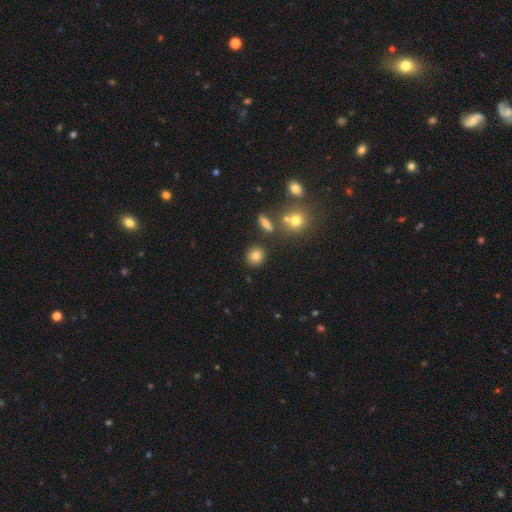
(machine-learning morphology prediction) smooth-or-featured: smooth: 79% | star or artifact: 12% | featured or disk: 8%
  how-rounded: round: 85% | in between: 13% | cigar-shaped: 2%
  merging: none: 86% | minor disturbance: 7% | merger: 5% | major disturbance: 2%